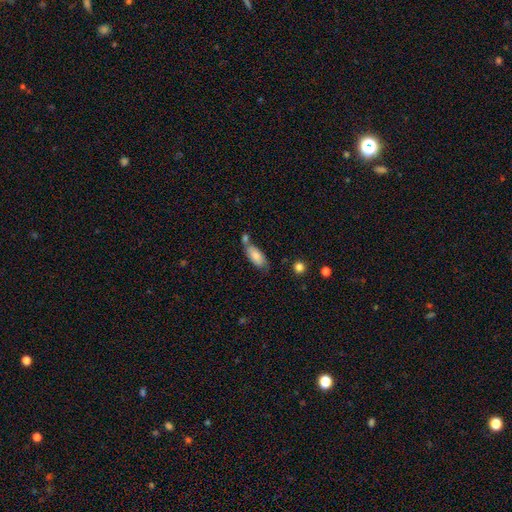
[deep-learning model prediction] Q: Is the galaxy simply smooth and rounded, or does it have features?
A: smooth — 77%.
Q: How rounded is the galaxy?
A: in between — 85%.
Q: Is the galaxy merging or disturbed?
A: none — 48%.